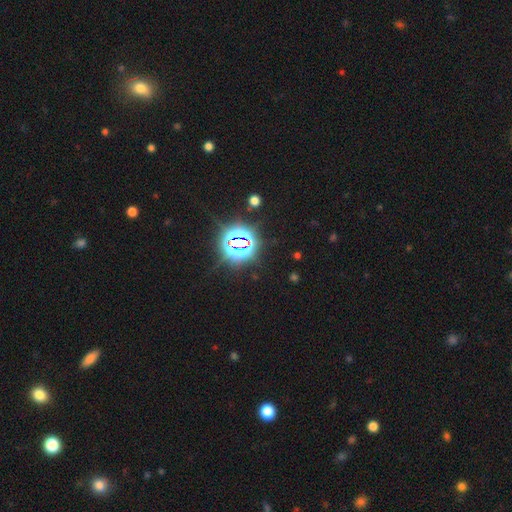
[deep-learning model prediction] Smooth or featured: star or artifact — 84% (smooth — 10%)